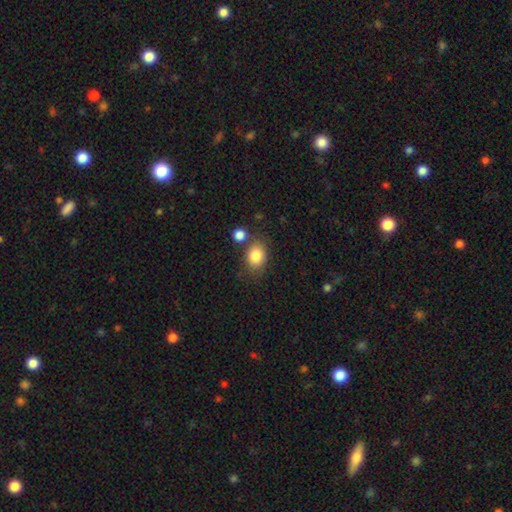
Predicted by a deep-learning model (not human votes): Smooth or featured? smooth (84%)
How rounded? in between (61%)
Merging? none (69%)